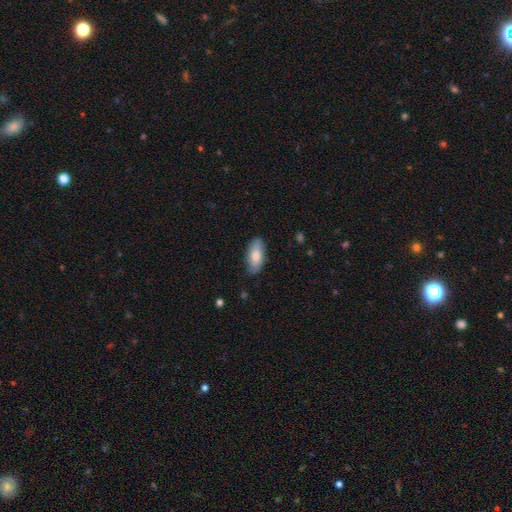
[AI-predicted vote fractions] This appears to be a smooth galaxy with no disk features (76%) that is in between round and cigar-shaped (87%). Merging: none (82%).